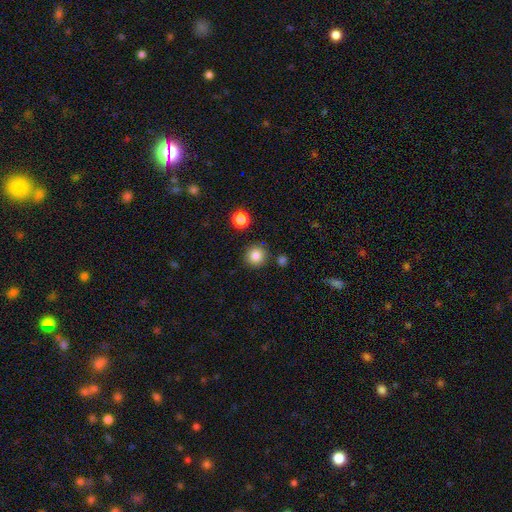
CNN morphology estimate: Q: Smooth or featured?
A: smooth (84%); runner-up: star or artifact (11%)
Q: How rounded?
A: round (94%); runner-up: in between (5%)
Q: Merging?
A: none (88%); runner-up: minor disturbance (7%)